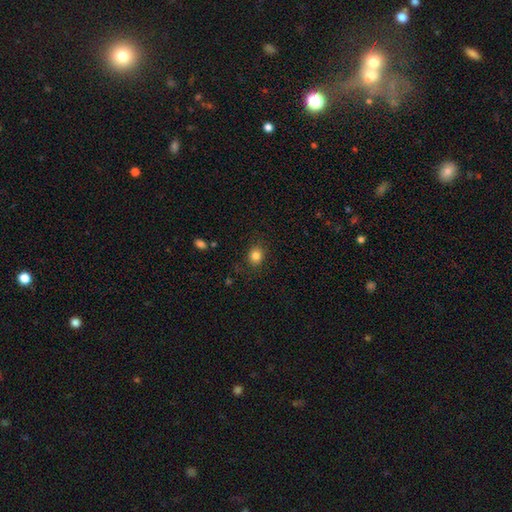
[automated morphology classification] A smooth galaxy with no disk features (83%) that is round (64%).

Vote fractions:
- Smooth or featured? smooth: 83% / star or artifact: 11% / featured or disk: 6%
- How rounded? round: 64% / in between: 35% / cigar-shaped: 1%
- Merging? none: 84% / minor disturbance: 11% / major disturbance: 3% / merger: 1%